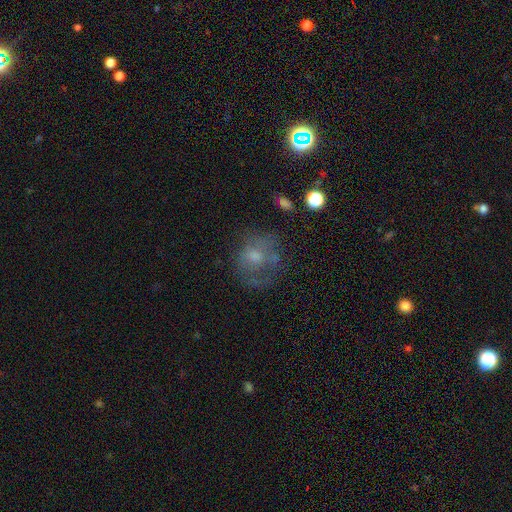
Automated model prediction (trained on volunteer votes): This appears to be a smooth galaxy with no disk features (48%). Merging: none (48%).